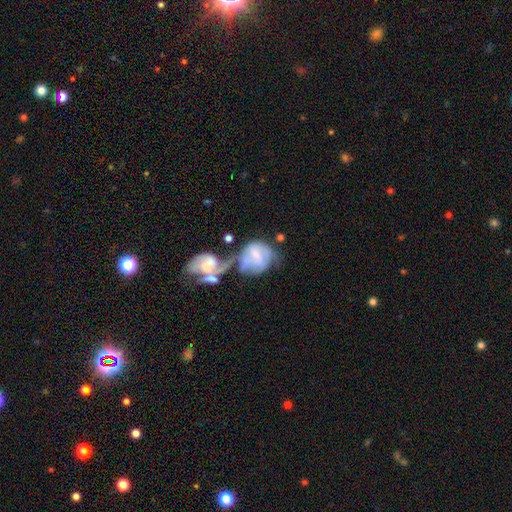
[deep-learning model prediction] The model was most divided on "bulge size": small: 34%, none: 30%, moderate: 28%, large: 6%, dominant: 2%. Remaining: edge-on disk — no (96%); smooth or featured — featured or disk (57%); merging — merger (57%); spiral arms — yes (56%); bar — no (48%).